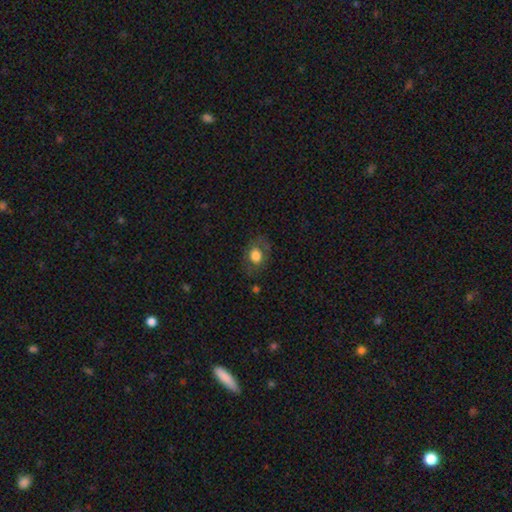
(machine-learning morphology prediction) This appears to be a smooth galaxy with no disk features (70%) that is in between round and cigar-shaped (64%). Merging: none (72%).